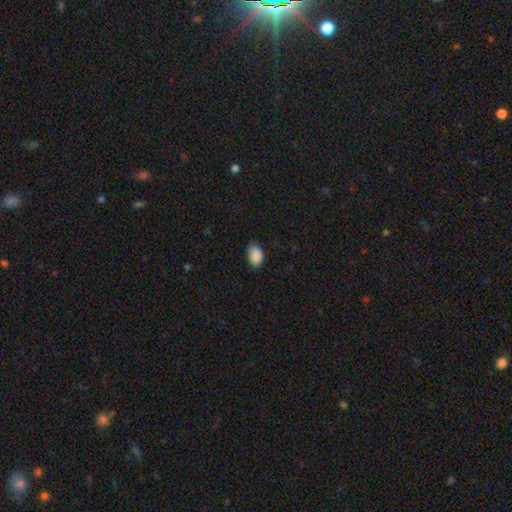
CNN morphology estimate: This is clearly a smooth galaxy (89%). How rounded: clearly in between (85%). Merging: likely none (73%).